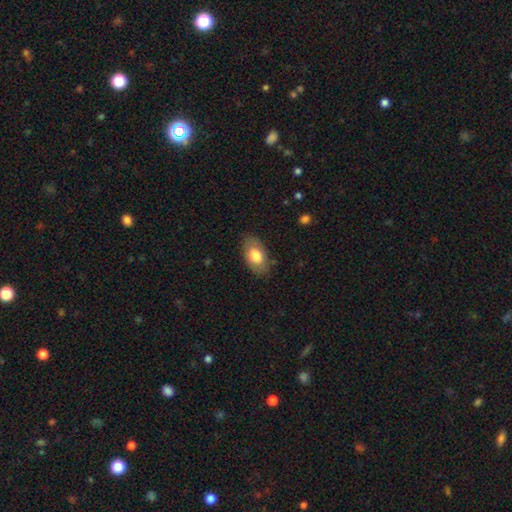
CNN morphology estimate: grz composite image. It shows a smooth galaxy with no disk features (74%) that is in between round and cigar-shaped (92%). Merging: none (80%).